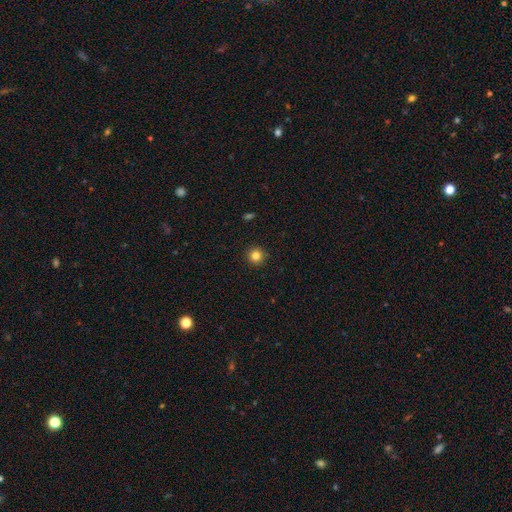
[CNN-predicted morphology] The model was most divided on "smooth or featured": smooth: 82%, star or artifact: 12%, featured or disk: 6%. More confident: how rounded — round (96%); merging — none (93%).